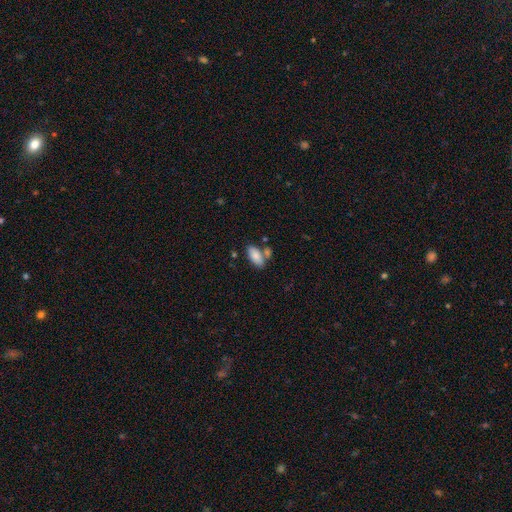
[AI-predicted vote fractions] Q: Smooth or featured?
A: smooth (85%); runner-up: featured or disk (9%)
Q: How rounded?
A: in between (89%); runner-up: cigar-shaped (8%)
Q: Merging?
A: none (63%); runner-up: merger (21%)